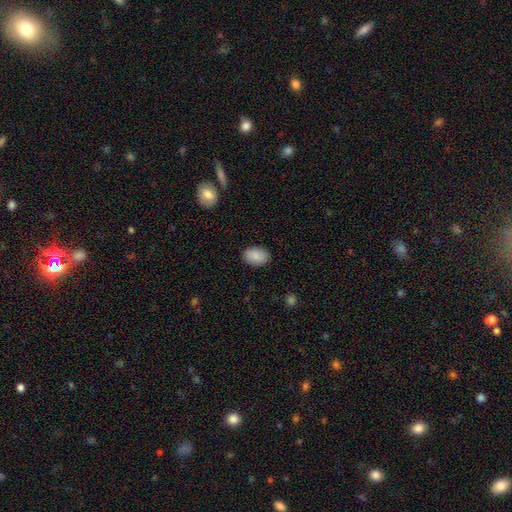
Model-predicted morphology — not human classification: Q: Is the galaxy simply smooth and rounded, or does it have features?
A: smooth — 88%.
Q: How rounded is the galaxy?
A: in between — 83%.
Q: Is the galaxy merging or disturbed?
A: none — 88%.